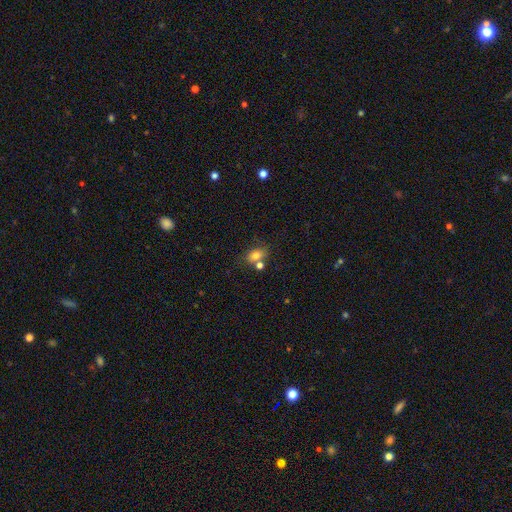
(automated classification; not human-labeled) smooth_or_featured: smooth (p=0.76) [alt: featured or disk p=0.12]
how_rounded: in between (p=0.76) [alt: round p=0.21]
merging: none (p=0.54) [alt: merger p=0.26]